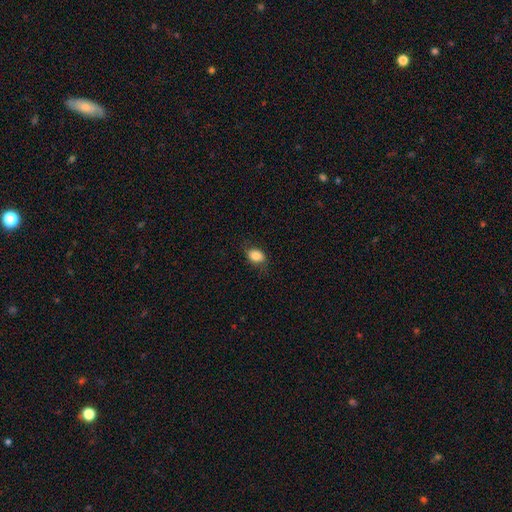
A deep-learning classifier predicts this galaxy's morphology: A smooth galaxy with no disk features (85%) that is in between round and cigar-shaped (70%). Merging: none (75%).